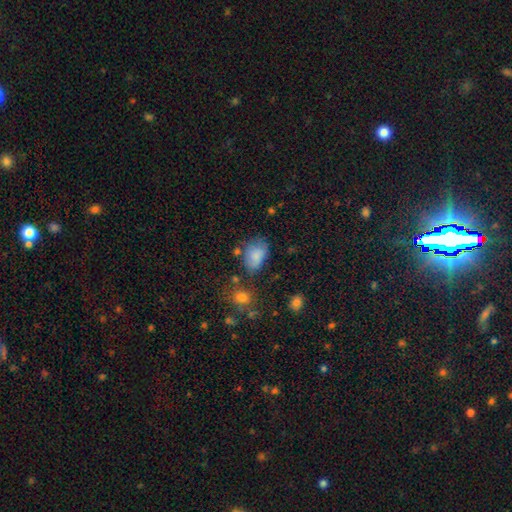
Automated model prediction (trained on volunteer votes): Overall: smooth (79%). How rounded: in between (81%). Merging: none (53%; minor disturbance 28%).